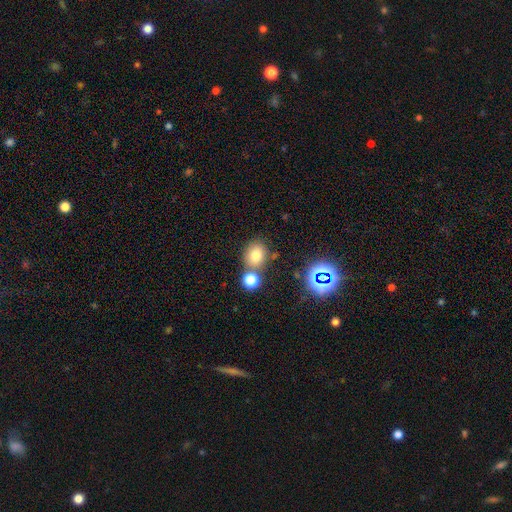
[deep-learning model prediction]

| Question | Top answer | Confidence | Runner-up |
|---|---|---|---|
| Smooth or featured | smooth | 75% | star or artifact (16%) |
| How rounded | round | 62% | in between (37%) |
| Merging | none | 66% | merger (20%) |